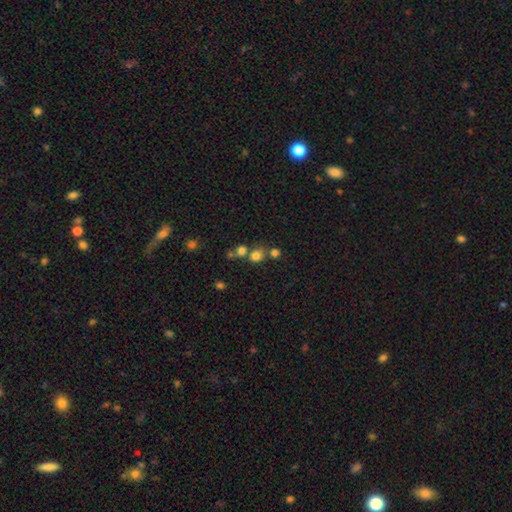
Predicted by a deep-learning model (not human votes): smooth-or-featured: smooth: 75% | star or artifact: 17% | featured or disk: 8%
  how-rounded: round: 81% | in between: 18% | cigar-shaped: 1%
  merging: none: 56% | merger: 31% | minor disturbance: 9% | major disturbance: 4%